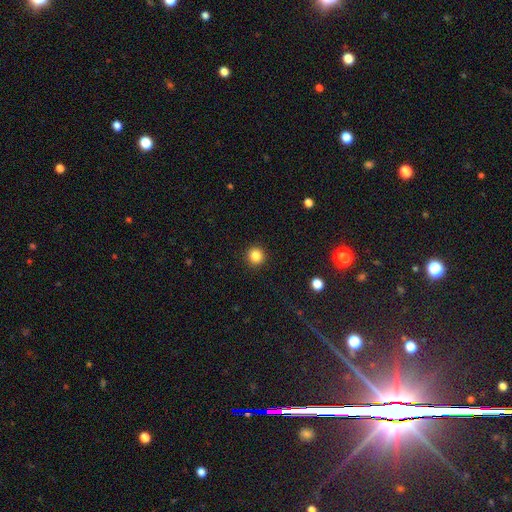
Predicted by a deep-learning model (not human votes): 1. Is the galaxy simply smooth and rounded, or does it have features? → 85% smooth, 11% star or artifact, 4% featured or disk.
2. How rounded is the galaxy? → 94% round, 5% in between, 1% cigar-shaped.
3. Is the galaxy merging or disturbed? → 93% none, 5% minor disturbance, 2% major disturbance, 1% merger.